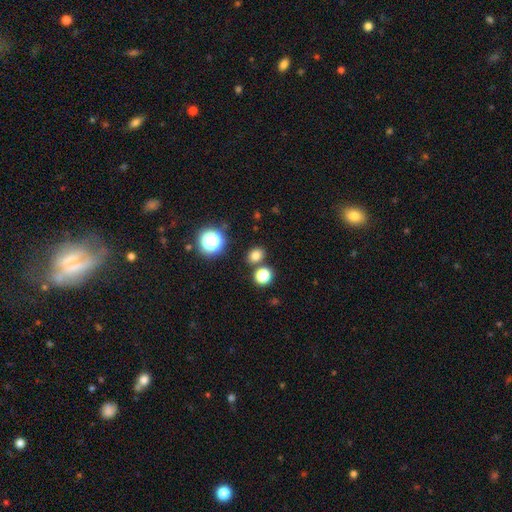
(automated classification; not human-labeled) A smooth galaxy with no disk features (75%) that is round (58%).

Vote fractions:
- Smooth or featured? smooth: 75% / star or artifact: 18% / featured or disk: 6%
- How rounded? round: 58% / in between: 41% / cigar-shaped: 1%
- Merging? none: 79% / merger: 10% / minor disturbance: 9% / major disturbance: 3%